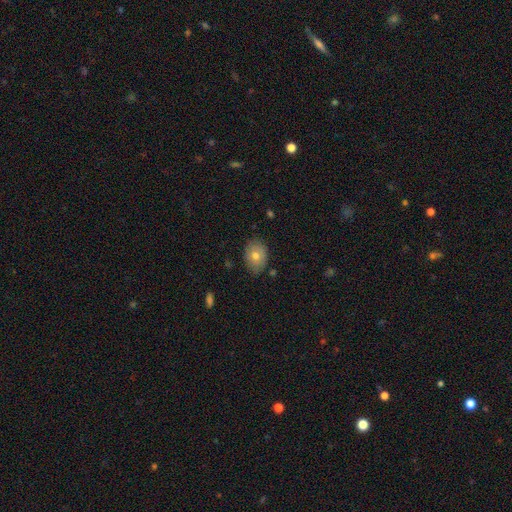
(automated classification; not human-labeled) This appears to be a smooth galaxy with no disk features (72%) that is in between round and cigar-shaped (70%). Merging: none (80%).